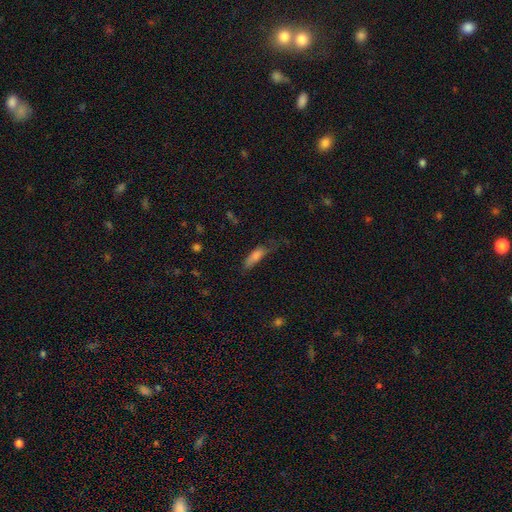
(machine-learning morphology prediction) Smooth or featured? smooth (75%)
How rounded? cigar-shaped (54%)
Merging? none (45%)